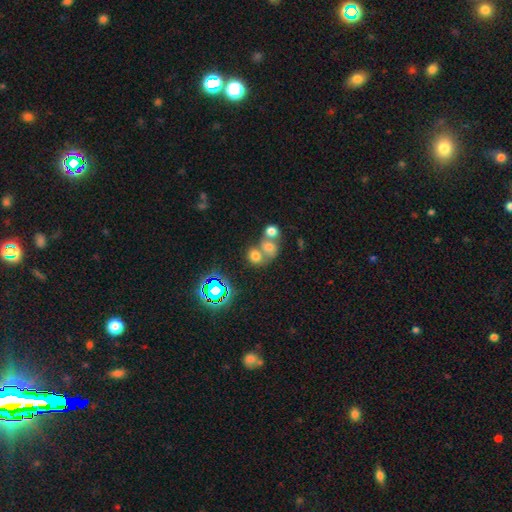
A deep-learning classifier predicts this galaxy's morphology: Q: Smooth or featured?
A: smooth (61%); runner-up: star or artifact (24%)
Q: How rounded?
A: round (60%); runner-up: in between (39%)
Q: Merging?
A: merger (57%); runner-up: none (32%)